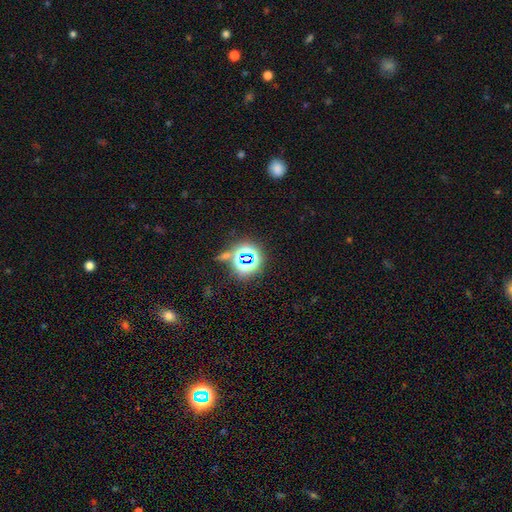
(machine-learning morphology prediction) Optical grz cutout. It shows a star or artifact, not a galaxy (75%).